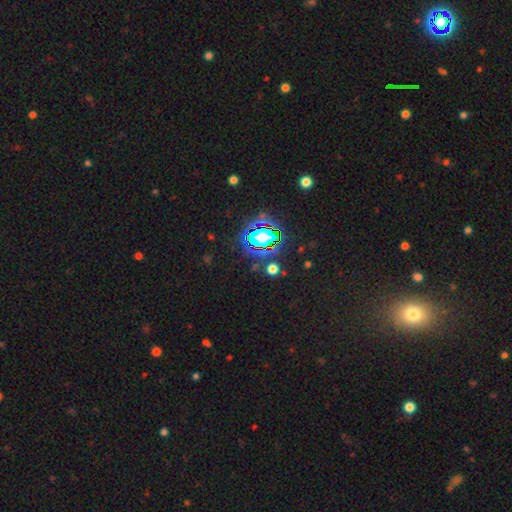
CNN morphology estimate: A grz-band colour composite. It shows a star or artifact, not a galaxy (78%).